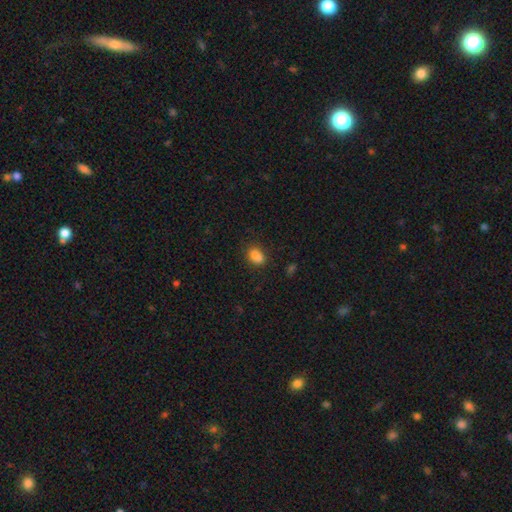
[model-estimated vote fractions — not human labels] A smooth galaxy with no disk features (83%) that is in between round and cigar-shaped (77%).

Vote fractions:
- Smooth or featured? smooth: 83% / star or artifact: 11% / featured or disk: 6%
- How rounded? in between: 77% / round: 20% / cigar-shaped: 3%
- Merging? none: 71% / minor disturbance: 17% / merger: 8% / major disturbance: 5%